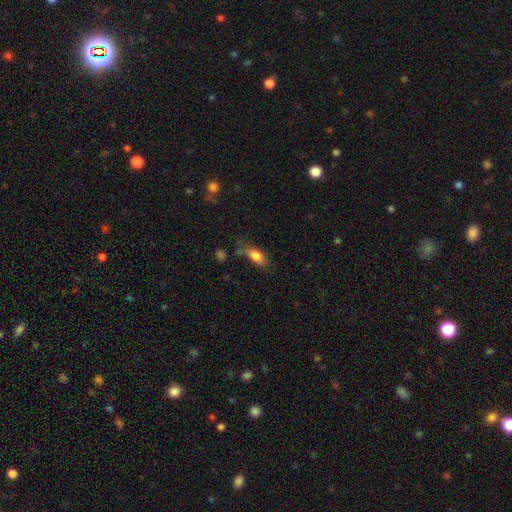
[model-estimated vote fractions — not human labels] smooth-or-featured: smooth: 77% | featured or disk: 15% | star or artifact: 8%
  how-rounded: in between: 77% | cigar-shaped: 19% | round: 4%
  merging: none: 59% | minor disturbance: 25% | major disturbance: 9% | merger: 6%